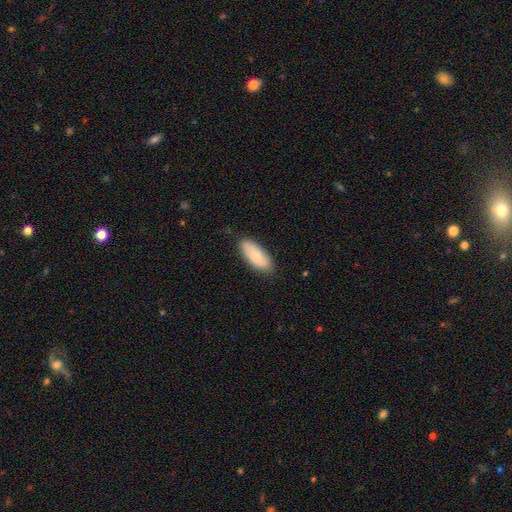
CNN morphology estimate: smooth-or-featured: smooth: 77% | featured or disk: 17% | star or artifact: 6%
  how-rounded: in between: 83% | cigar-shaped: 15% | round: 2%
  merging: none: 84% | minor disturbance: 13% | major disturbance: 2% | merger: 1%